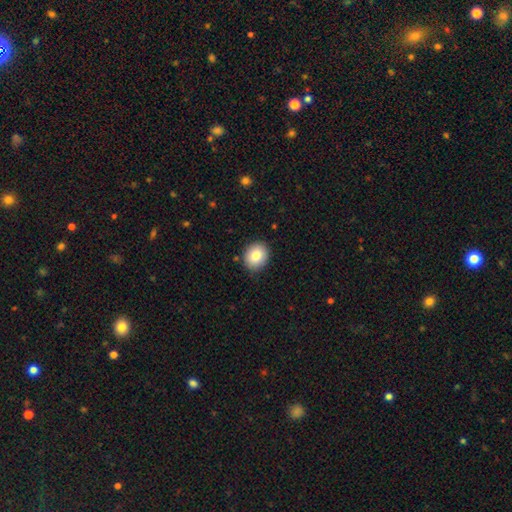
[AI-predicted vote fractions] Smooth or featured?
  - smooth: 83% *
  - star or artifact: 9%
  - featured or disk: 9%
How rounded?
  - round: 71% *
  - in between: 28%
  - cigar-shaped: 1%
Merging?
  - none: 88% *
  - minor disturbance: 9%
  - major disturbance: 2%
  - merger: 1%